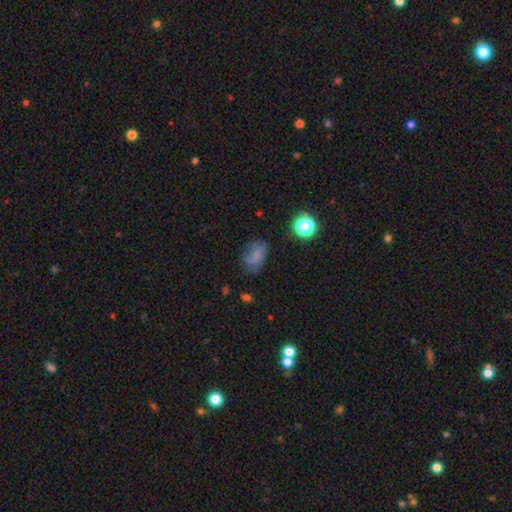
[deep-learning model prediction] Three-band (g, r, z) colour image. It shows a smooth galaxy with no disk features (61%) that is in between round and cigar-shaped (76%). Merging: none (49%).